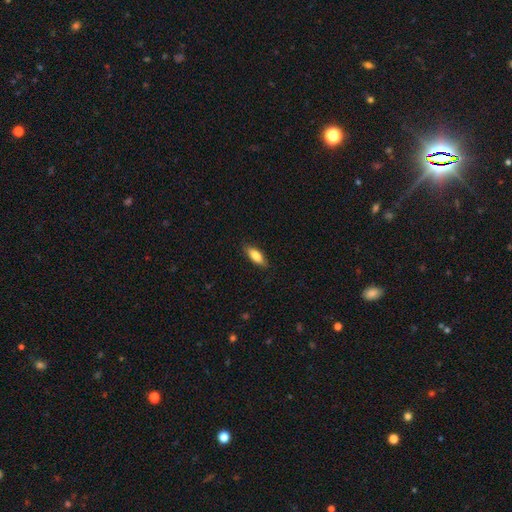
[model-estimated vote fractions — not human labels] This is likely a smooth galaxy (78%). How rounded: likely in between (65%). Merging: clearly none (85%).